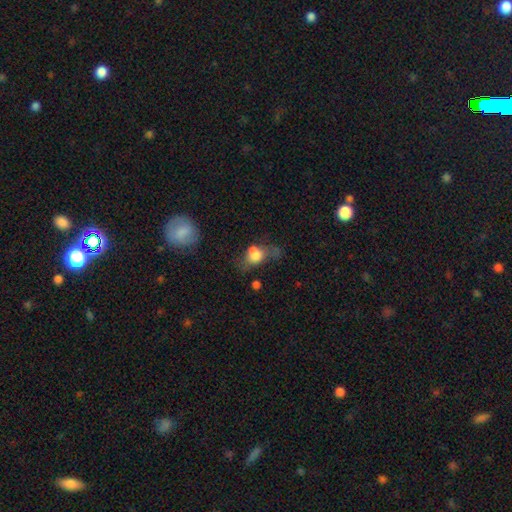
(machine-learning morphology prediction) This appears to be a smooth galaxy with no disk features (67%) that is in between round and cigar-shaped (60%). Merging: major disturbance (31%).